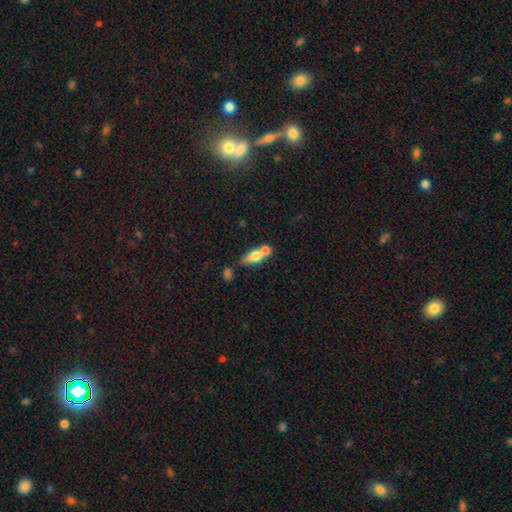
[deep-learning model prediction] A smooth galaxy with no disk features (65%) that is in between round and cigar-shaped (64%). Merging: merger (51%).